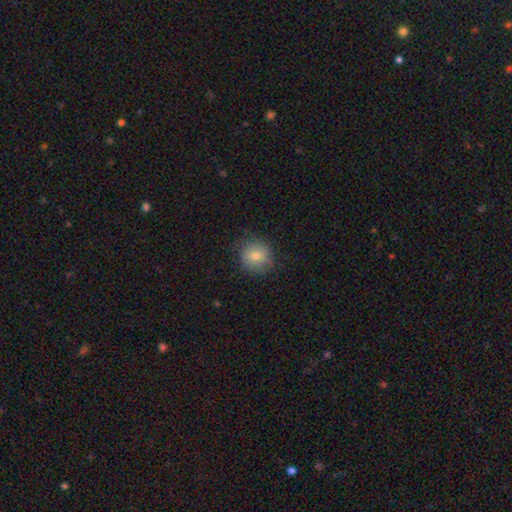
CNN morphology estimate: This appears to be a smooth galaxy with no disk features (73%) that is round (90%). Merging: none (80%).